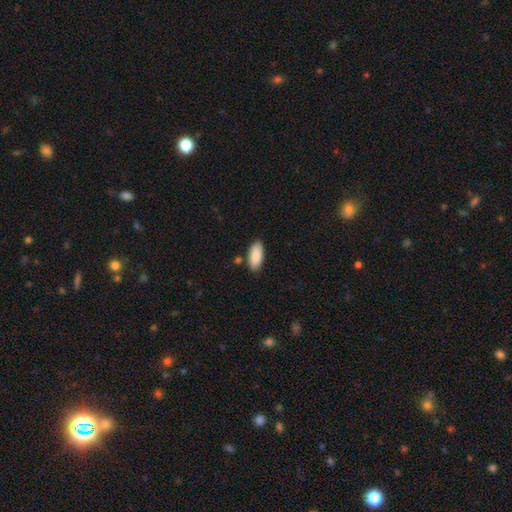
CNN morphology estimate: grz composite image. It shows a smooth galaxy with no disk features (89%) that is in between round and cigar-shaped (87%). Merging: none (84%).